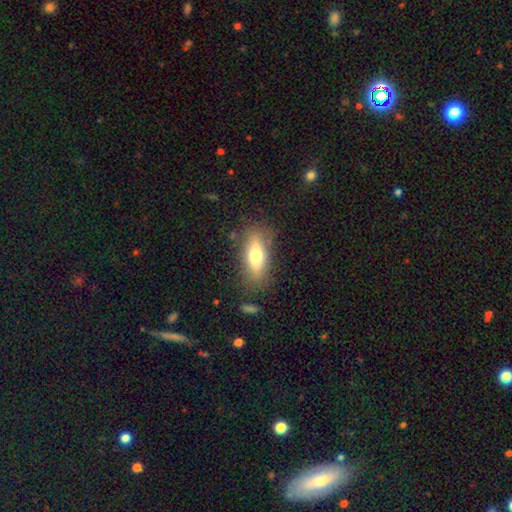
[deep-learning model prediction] Q: Smooth or featured?
A: smooth (62%); runner-up: featured or disk (30%)
Q: How rounded?
A: in between (62%); runner-up: cigar-shaped (35%)
Q: Merging?
A: none (79%); runner-up: minor disturbance (14%)